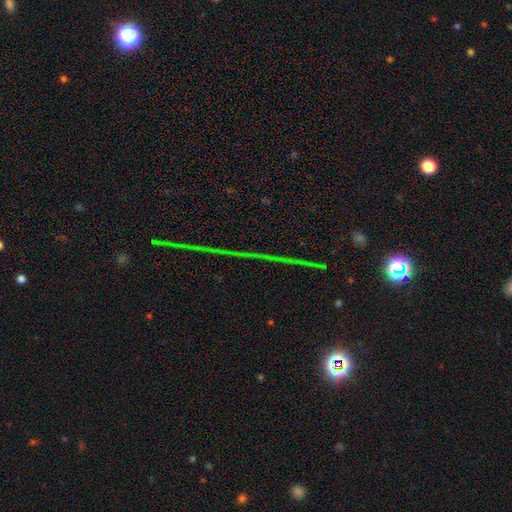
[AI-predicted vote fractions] This appears to be a star or artifact, not a galaxy (79%).